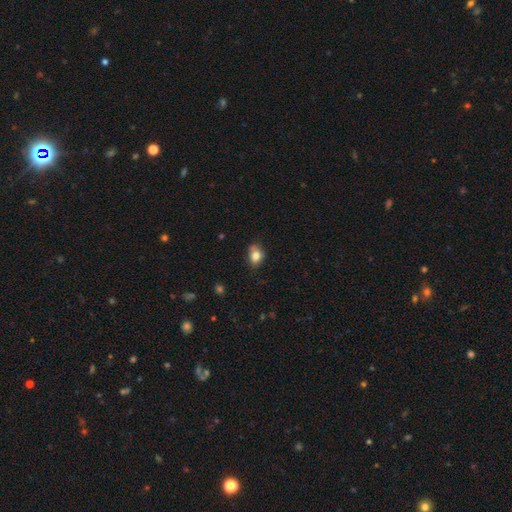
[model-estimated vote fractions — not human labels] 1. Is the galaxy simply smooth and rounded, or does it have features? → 79% smooth, 11% featured or disk, 10% star or artifact.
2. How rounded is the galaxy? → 63% in between, 36% round, 1% cigar-shaped.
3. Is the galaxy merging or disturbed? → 62% none, 26% minor disturbance, 7% merger, 6% major disturbance.